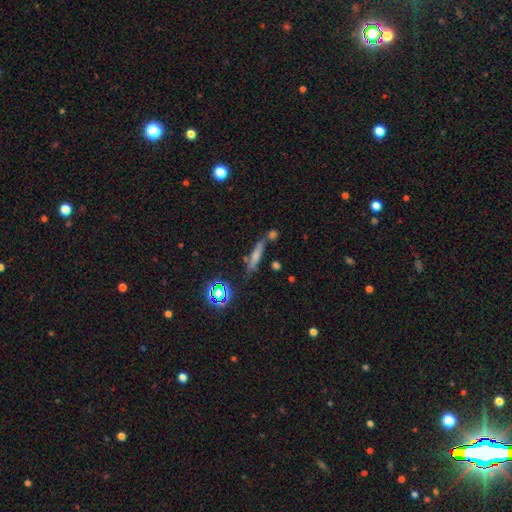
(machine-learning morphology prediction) This appears to be a smooth galaxy with no disk features (60%) that is cigar-shaped (82%). Merging: none (62%).